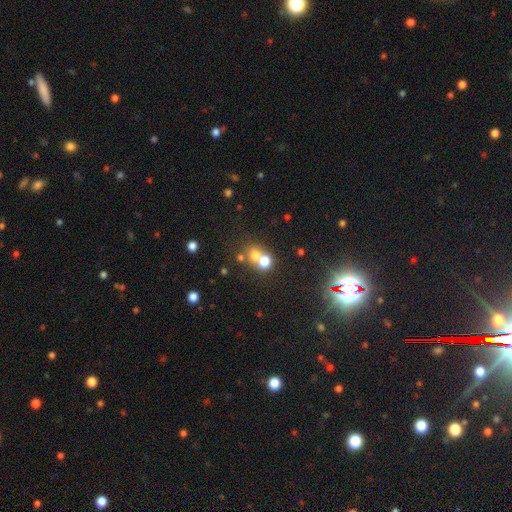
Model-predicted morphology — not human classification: This is likely a smooth galaxy (66%). How rounded: likely round (74%). Merging: possibly merger (48%).